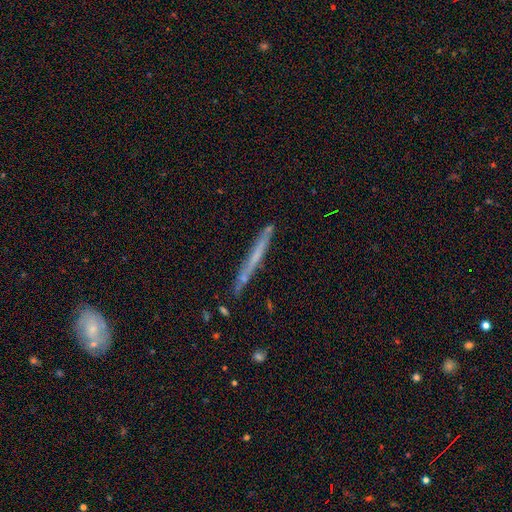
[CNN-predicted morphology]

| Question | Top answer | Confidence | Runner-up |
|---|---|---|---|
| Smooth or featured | featured or disk | 48% | smooth (45%) |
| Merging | none | 81% | minor disturbance (14%) |